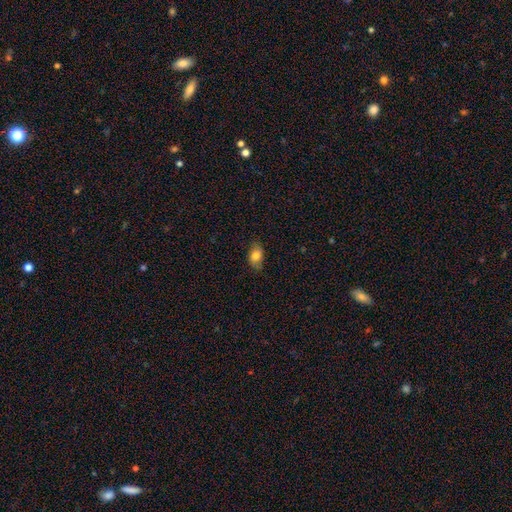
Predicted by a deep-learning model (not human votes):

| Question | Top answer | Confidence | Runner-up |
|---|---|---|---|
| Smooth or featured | smooth | 77% | featured or disk (15%) |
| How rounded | in between | 84% | round (14%) |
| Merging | none | 78% | minor disturbance (18%) |